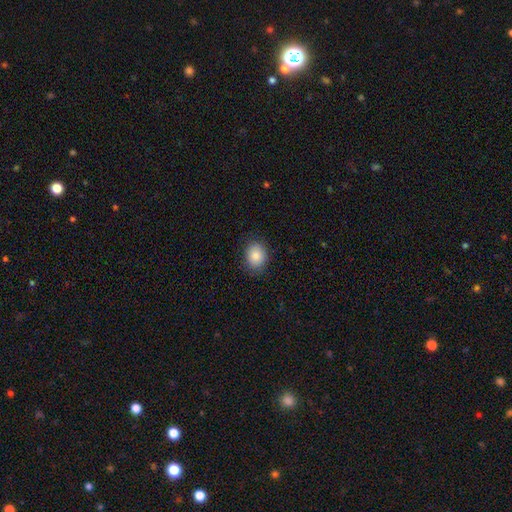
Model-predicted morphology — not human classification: smooth-or-featured: smooth: 86% | star or artifact: 8% | featured or disk: 5%
  how-rounded: in between: 55% | round: 44% | cigar-shaped: 1%
  merging: none: 85% | minor disturbance: 11% | major disturbance: 3% | merger: 1%